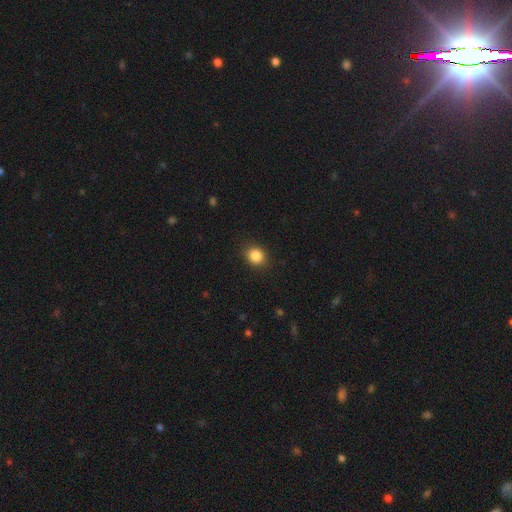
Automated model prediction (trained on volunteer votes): smooth_or_featured: smooth (p=0.86) [alt: star or artifact p=0.10]
how_rounded: round (p=0.71) [alt: in between p=0.29]
merging: none (p=0.89) [alt: minor disturbance p=0.08]